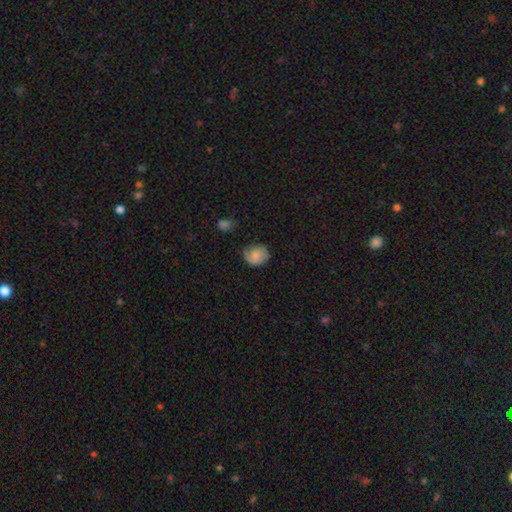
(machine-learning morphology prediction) The model was most divided on "how rounded": round: 64%, in between: 35%, cigar-shaped: 1%. More confident: smooth or featured — smooth (63%); merging — none (61%).